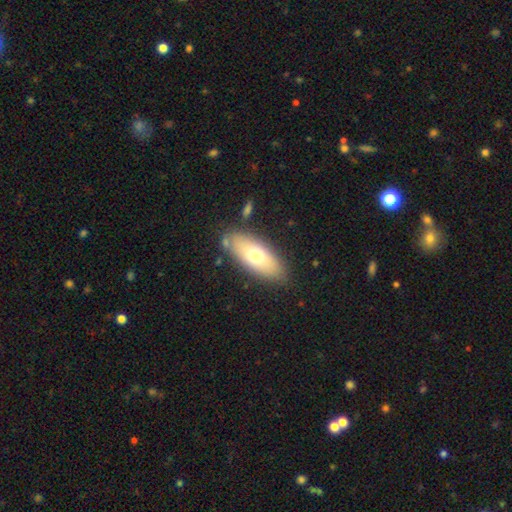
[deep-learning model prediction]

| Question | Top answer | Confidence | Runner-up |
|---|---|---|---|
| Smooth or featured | smooth | 66% | featured or disk (28%) |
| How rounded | in between | 78% | cigar-shaped (20%) |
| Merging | none | 81% | minor disturbance (12%) |